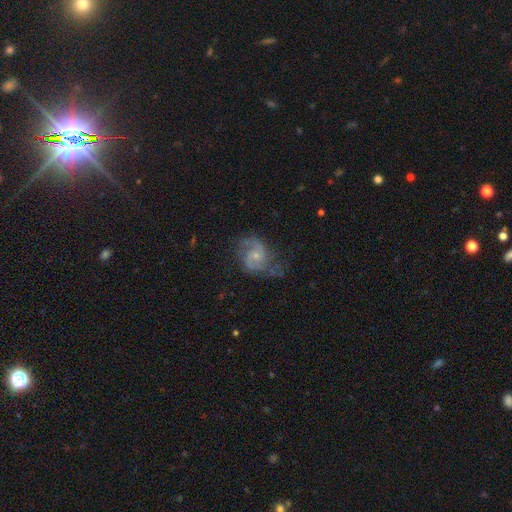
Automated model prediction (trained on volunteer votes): smooth-or-featured: featured or disk: 82% | smooth: 11% | star or artifact: 6%
  disk-edge-on: no: 98% | yes: 2%
    bar: no: 60% | weak: 35% | strong: 5%
    has-spiral-arms: yes: 95% | no: 5%
      spiral-winding: medium: 52% | loose: 29% | tight: 19%
      spiral-arm-count: 2: 85% | can't tell: 6% | 1: 3% | 3: 3% | 4: 1% | more than 4: 1%
    bulge-size: small: 65% | moderate: 28% | none: 5% | large: 2% | dominant: 1%
  merging: none: 57% | minor disturbance: 23% | major disturbance: 17% | merger: 2%